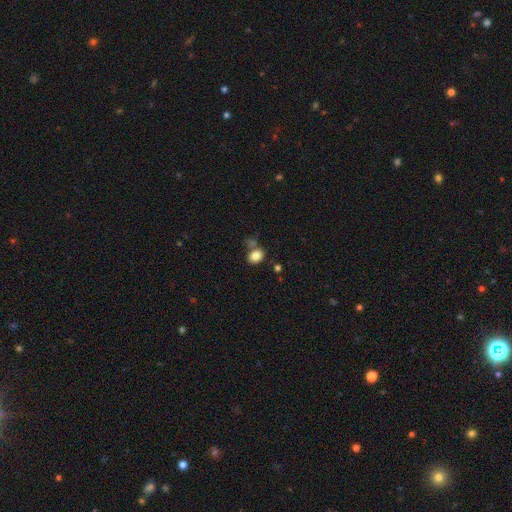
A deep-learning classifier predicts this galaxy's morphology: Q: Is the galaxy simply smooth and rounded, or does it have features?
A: smooth — 84%.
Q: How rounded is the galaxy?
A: round — 50%.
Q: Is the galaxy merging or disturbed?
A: none — 64%.